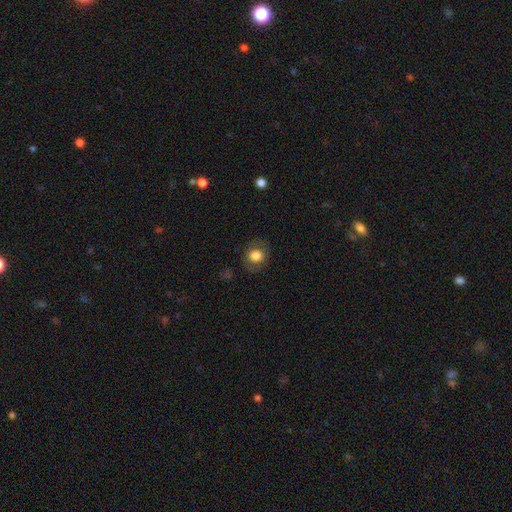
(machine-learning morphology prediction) smooth 75%, featured or disk 16%, star or artifact 9%. Down the decision tree: how rounded — round (78%); merging — none (82%).